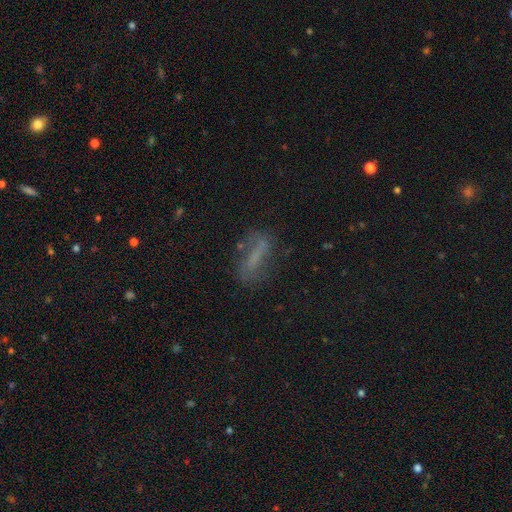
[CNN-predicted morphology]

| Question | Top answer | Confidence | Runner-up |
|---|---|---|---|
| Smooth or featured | smooth | 46% | featured or disk (37%) |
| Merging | none | 60% | minor disturbance (22%) |